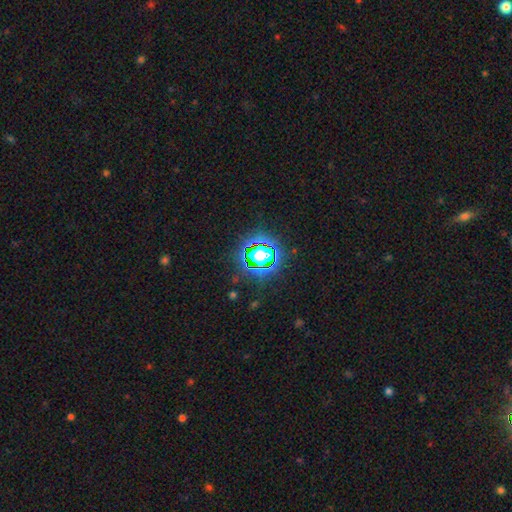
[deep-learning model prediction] A star or artifact, not a galaxy (82%).